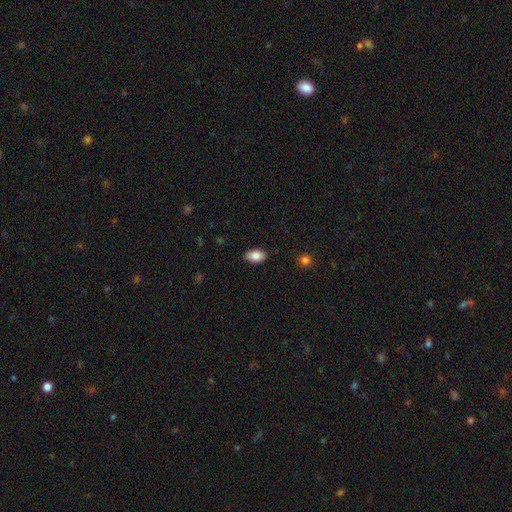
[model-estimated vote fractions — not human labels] The model was most divided on "merging": none: 86%, minor disturbance: 11%, major disturbance: 2%, merger: 1%. More confident: how rounded — in between (90%); smooth or featured — smooth (85%).